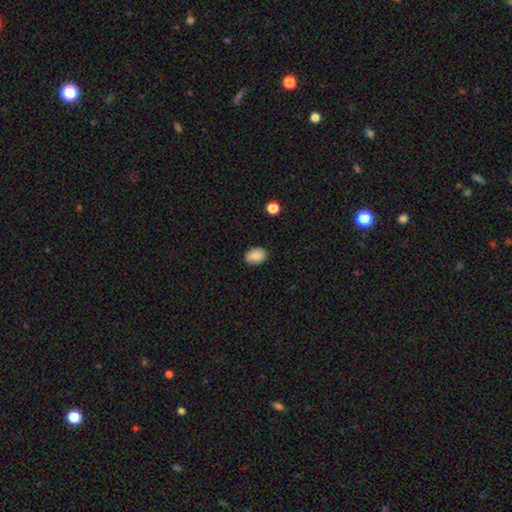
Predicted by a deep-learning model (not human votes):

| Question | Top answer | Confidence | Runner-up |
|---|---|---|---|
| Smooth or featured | smooth | 87% | star or artifact (8%) |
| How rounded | in between | 79% | round (20%) |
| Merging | none | 86% | minor disturbance (10%) |